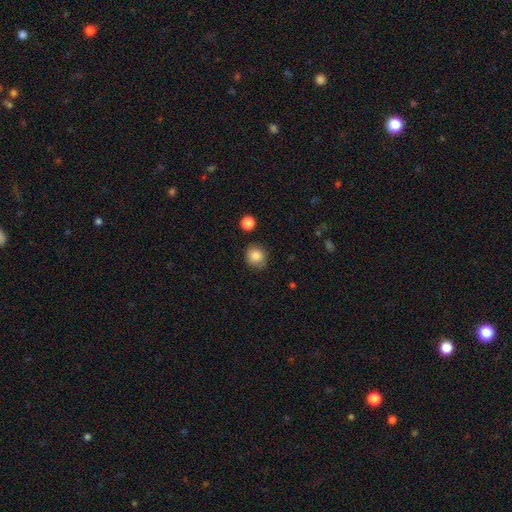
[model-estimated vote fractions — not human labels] Morphology: type=smooth (86%); roundness=round (86%); merging=none (82%).